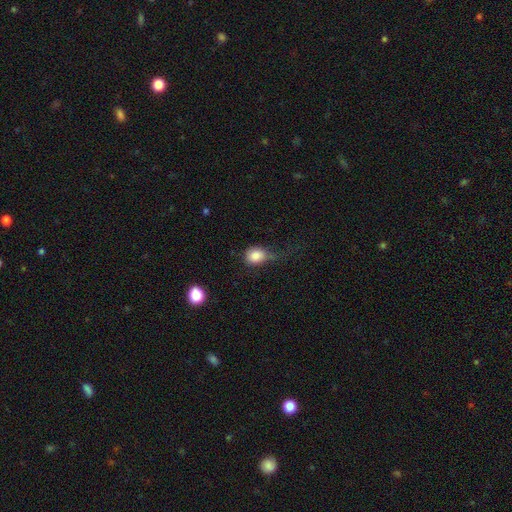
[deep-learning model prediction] smooth_or_featured: smooth (p=0.82) [alt: star or artifact p=0.10]
how_rounded: round (p=0.58) [alt: in between p=0.41]
merging: none (p=0.39) [alt: minor disturbance p=0.35]